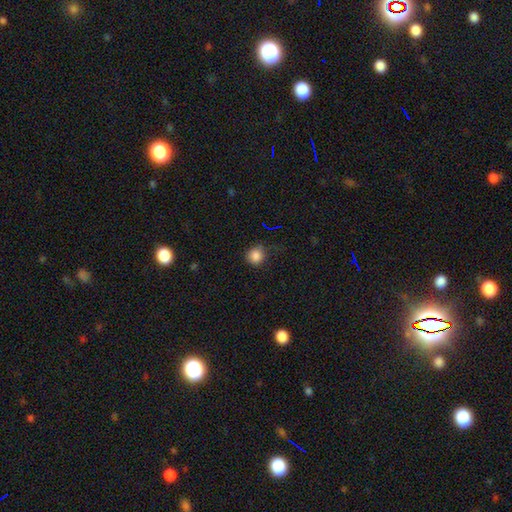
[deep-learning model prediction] This is clearly a smooth galaxy (84%). How rounded: clearly round (86%). Merging: likely none (74%).